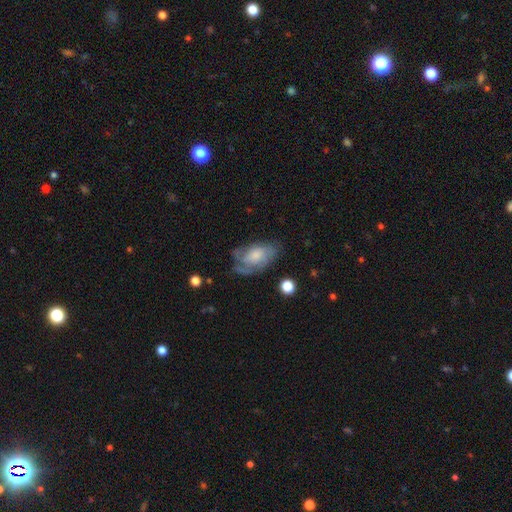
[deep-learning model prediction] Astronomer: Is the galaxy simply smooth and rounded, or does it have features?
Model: featured or disk — 55% (runner-up: smooth, 38%).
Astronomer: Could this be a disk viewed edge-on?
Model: no — 94%.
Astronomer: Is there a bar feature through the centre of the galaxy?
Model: no — 76%.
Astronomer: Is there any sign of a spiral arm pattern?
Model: yes — 75%.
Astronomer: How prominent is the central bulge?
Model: moderate — 36% (runner-up: small, 29%).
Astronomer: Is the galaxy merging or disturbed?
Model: none — 49% (runner-up: minor disturbance, 29%).